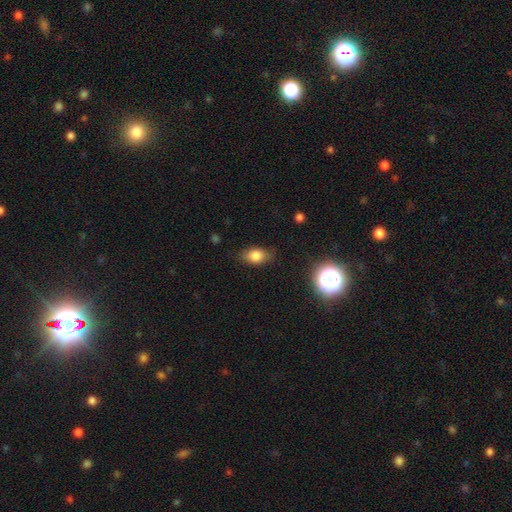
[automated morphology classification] type=smooth (80%); roundness=in between (82%); merging=none (77%).